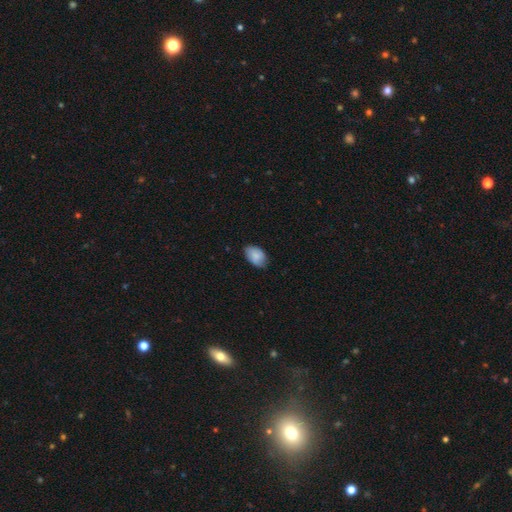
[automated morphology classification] A smooth galaxy with no disk features (84%) that is in between round and cigar-shaped (89%). Merging: none (73%).